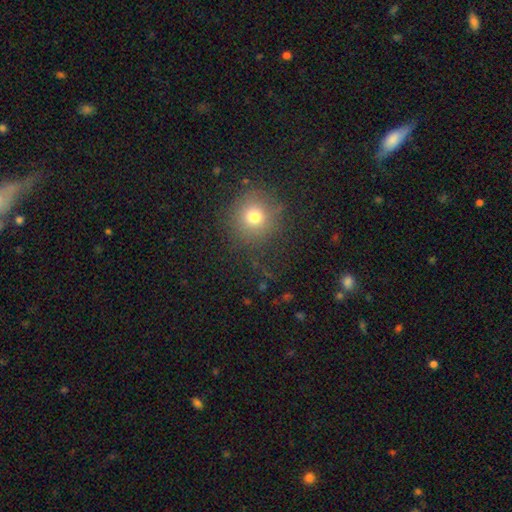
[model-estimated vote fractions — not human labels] Smooth or featured? smooth (65%)
How rounded? round (93%)
Merging? none (86%)